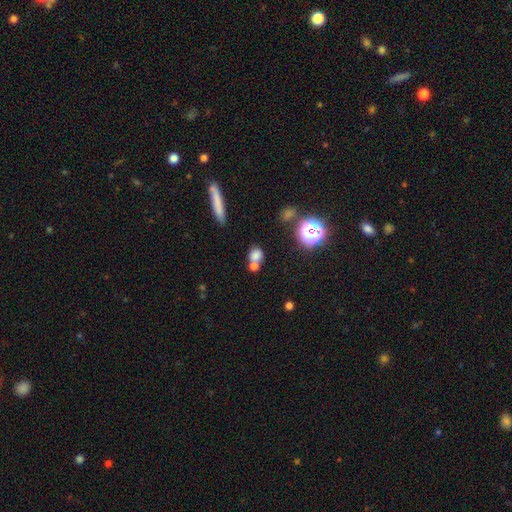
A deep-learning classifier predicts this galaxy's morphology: Q: Smooth or featured?
A: smooth (72%); runner-up: star or artifact (17%)
Q: How rounded?
A: round (64%); runner-up: in between (33%)
Q: Merging?
A: none (44%); runner-up: merger (42%)